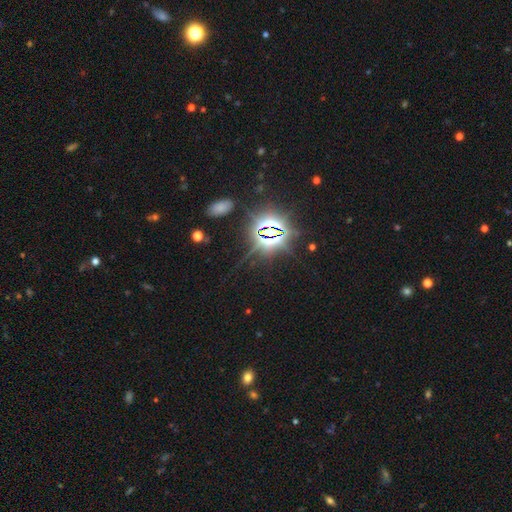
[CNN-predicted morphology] A star or artifact, not a galaxy (84%).

Vote fractions:
- Smooth or featured? star or artifact: 84% / smooth: 9% / featured or disk: 7%